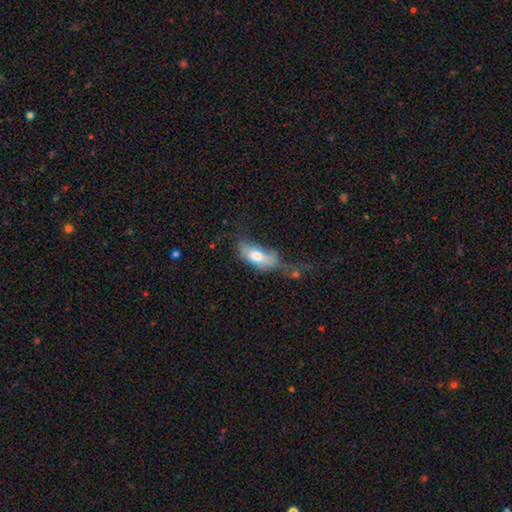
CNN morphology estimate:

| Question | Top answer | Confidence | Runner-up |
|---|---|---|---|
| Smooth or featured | smooth | 66% | featured or disk (26%) |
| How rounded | in between | 86% | cigar-shaped (9%) |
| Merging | major disturbance | 34% | minor disturbance (27%) |